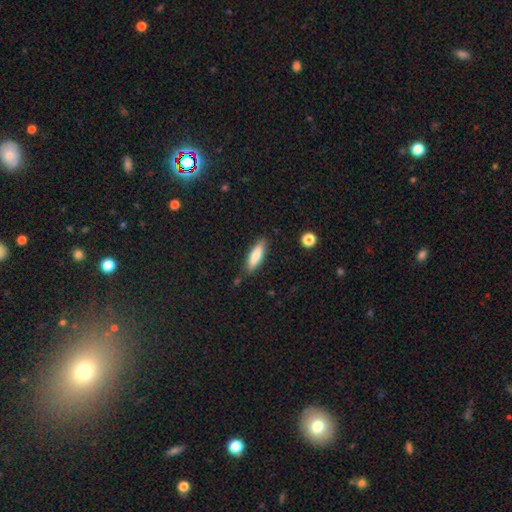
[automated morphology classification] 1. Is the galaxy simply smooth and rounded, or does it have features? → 79% smooth, 15% featured or disk, 6% star or artifact.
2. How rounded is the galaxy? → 57% cigar-shaped, 42% in between, 2% round.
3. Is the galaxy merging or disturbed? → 83% none, 12% minor disturbance, 3% merger, 3% major disturbance.